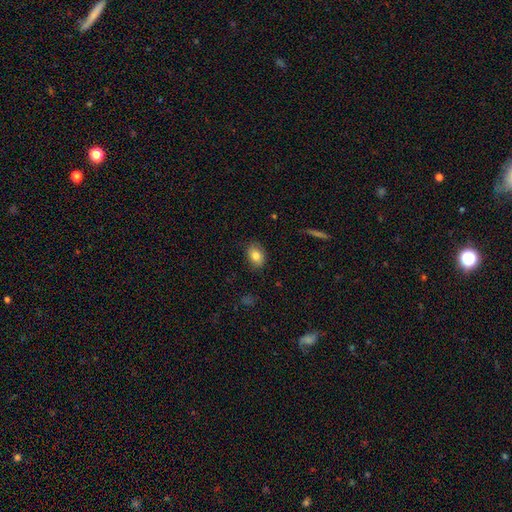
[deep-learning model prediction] A smooth galaxy with no disk features (82%) that is in between round and cigar-shaped (78%).

Vote fractions:
- Smooth or featured? smooth: 82% / featured or disk: 10% / star or artifact: 8%
- How rounded? in between: 78% / round: 21% / cigar-shaped: 1%
- Merging? none: 82% / minor disturbance: 14% / major disturbance: 3% / merger: 1%